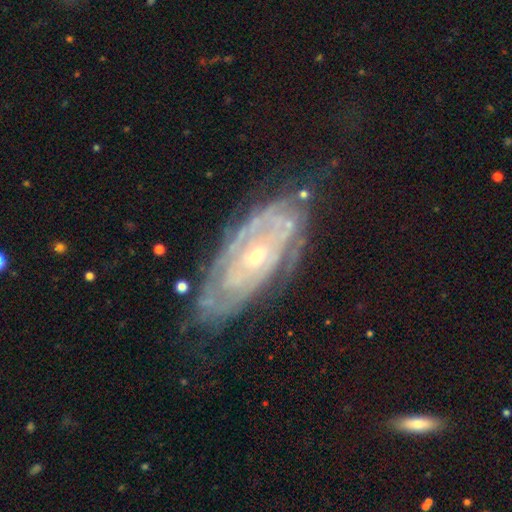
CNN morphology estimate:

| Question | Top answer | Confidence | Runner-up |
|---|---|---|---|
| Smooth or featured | featured or disk | 84% | smooth (9%) |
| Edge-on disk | no | 89% | yes (11%) |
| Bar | no | 75% | weak (18%) |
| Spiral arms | yes | 86% | no (14%) |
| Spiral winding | tight | 77% | medium (18%) |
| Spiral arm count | can't tell | 54% | 2 (20%) |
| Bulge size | small | 54% | moderate (42%) |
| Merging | none | 67% | minor disturbance (21%) |